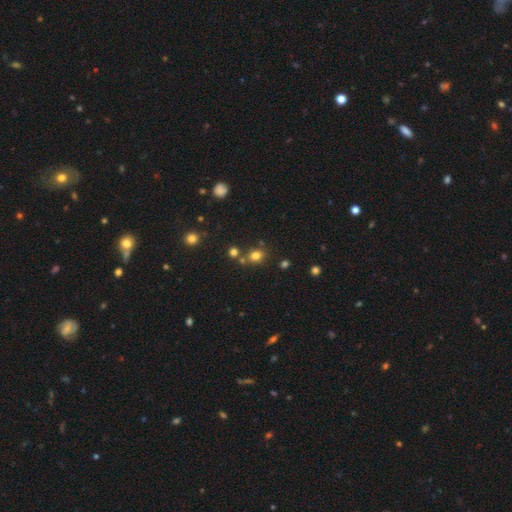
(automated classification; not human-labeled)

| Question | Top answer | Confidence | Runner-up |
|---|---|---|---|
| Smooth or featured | smooth | 75% | star or artifact (17%) |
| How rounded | round | 72% | in between (27%) |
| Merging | none | 69% | merger (17%) |